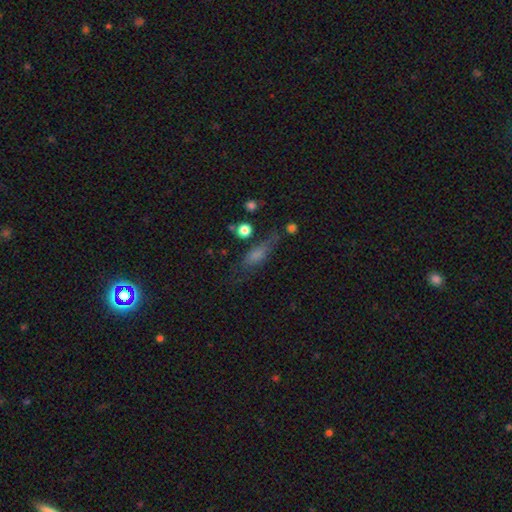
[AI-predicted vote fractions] Smooth or featured: smooth — 54% (featured or disk — 28%)
How rounded: cigar-shaped — 49% (in between — 44%)
Merging: none — 55% (minor disturbance — 23%)